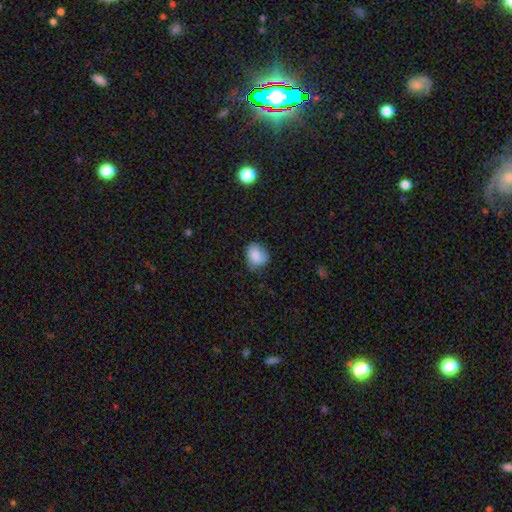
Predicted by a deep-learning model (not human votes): The model was most divided on "how rounded": in between: 51%, round: 48%, cigar-shaped: 1%. More confident: smooth or featured — smooth (80%); merging — none (56%).